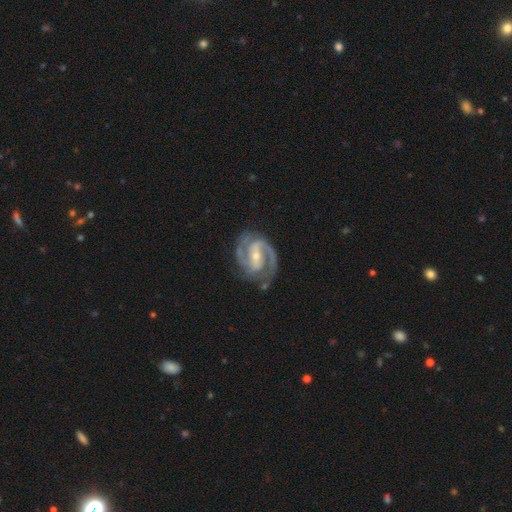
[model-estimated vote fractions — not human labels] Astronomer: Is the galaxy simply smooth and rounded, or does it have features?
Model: featured or disk — 93%.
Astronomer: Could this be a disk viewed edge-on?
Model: no — 98%.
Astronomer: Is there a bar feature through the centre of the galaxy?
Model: weak — 40% (runner-up: strong, 39%).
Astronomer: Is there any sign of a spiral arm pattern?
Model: yes — 98%.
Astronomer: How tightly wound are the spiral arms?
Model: medium — 53% (runner-up: tight, 39%).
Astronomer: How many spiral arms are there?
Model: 2 — 83%.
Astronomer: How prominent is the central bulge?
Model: small — 57% (runner-up: moderate, 39%).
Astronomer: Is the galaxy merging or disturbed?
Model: none — 76%.